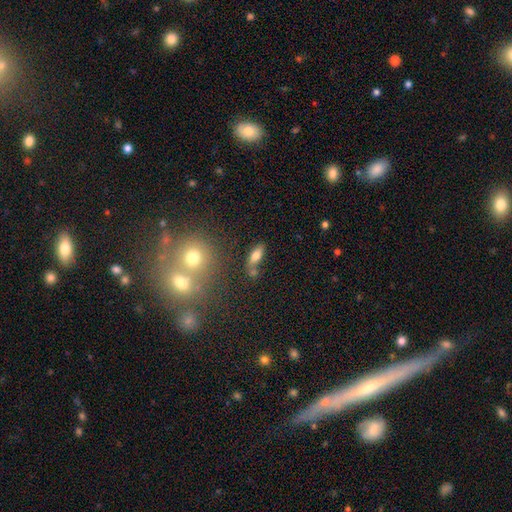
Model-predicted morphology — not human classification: This appears to be a smooth galaxy with no disk features (73%) that is in between round and cigar-shaped (74%). Merging: none (58%).